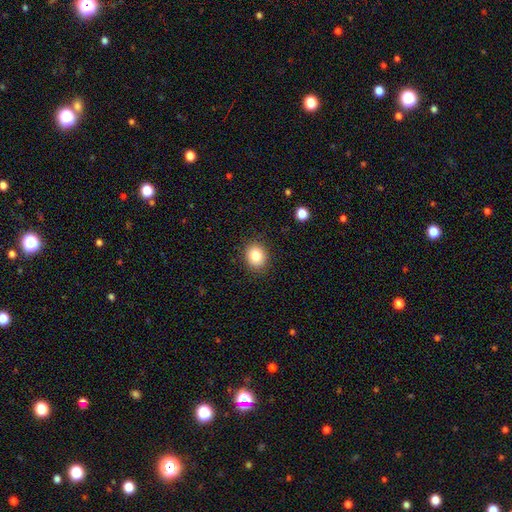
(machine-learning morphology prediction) Q: Smooth or featured?
A: smooth (82%); runner-up: star or artifact (10%)
Q: How rounded?
A: round (68%); runner-up: in between (31%)
Q: Merging?
A: none (88%); runner-up: minor disturbance (8%)